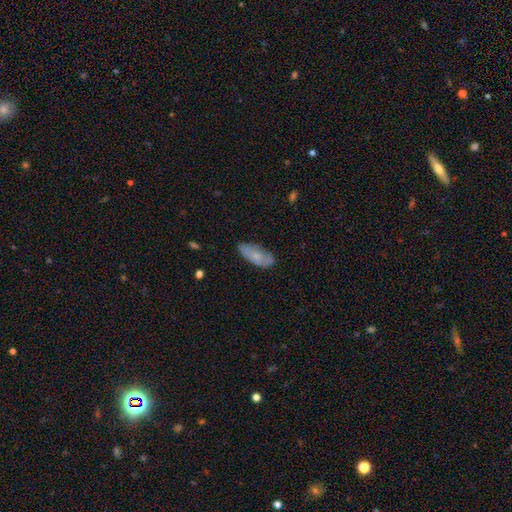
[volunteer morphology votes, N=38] Q: Smooth or featured?
A: smooth (63%); runner-up: featured or disk (32%)
Q: How rounded?
A: in between (96%); runner-up: round (4%)
Q: Merging?
A: none (67%); runner-up: minor disturbance (28%)